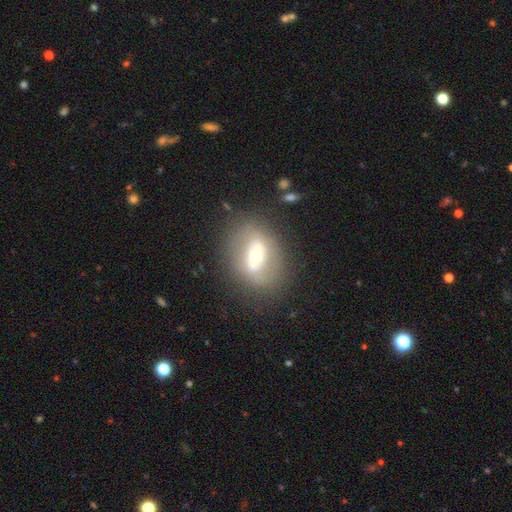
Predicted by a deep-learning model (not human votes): Smooth or featured? Predicted: featured or disk (p=0.57). Edge-on disk? Predicted: no (p=0.92). Bar? Predicted: no (p=0.37). Spiral arms? Predicted: no (p=0.69). Bulge size? Predicted: moderate (p=0.56). Merging? Predicted: none (p=0.75).